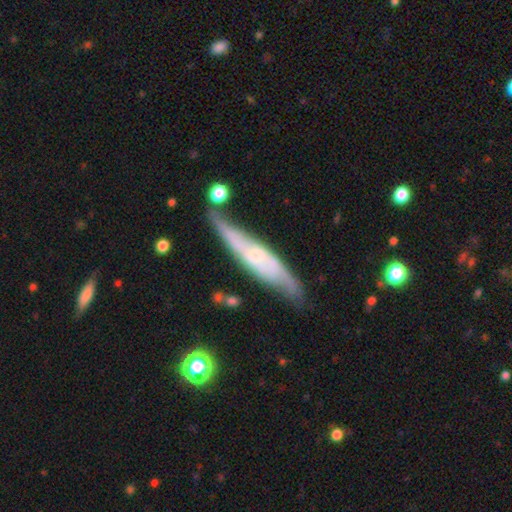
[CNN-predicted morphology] featured or disk 69%, smooth 26%, star or artifact 6%. Down the decision tree: edge-on disk — yes (55%); merging — none (66%).